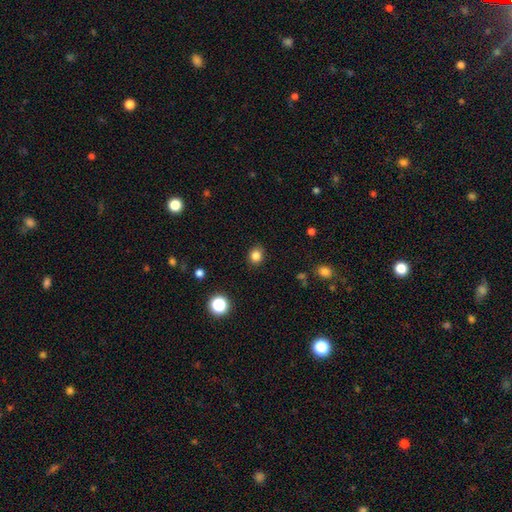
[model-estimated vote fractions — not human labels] A smooth galaxy with no disk features (83%) that is round (70%).

Vote fractions:
- Smooth or featured? smooth: 83% / star or artifact: 12% / featured or disk: 5%
- How rounded? round: 70% / in between: 29% / cigar-shaped: 1%
- Merging? none: 88% / minor disturbance: 8% / major disturbance: 2% / merger: 1%